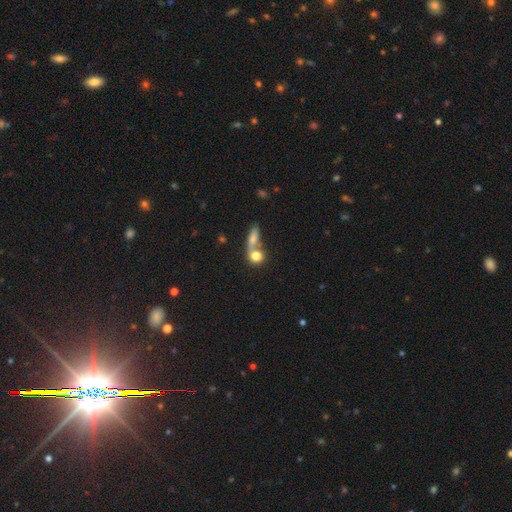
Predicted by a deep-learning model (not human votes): Q: Smooth or featured?
A: smooth (78%); runner-up: featured or disk (13%)
Q: How rounded?
A: round (64%); runner-up: in between (30%)
Q: Merging?
A: merger (56%); runner-up: none (30%)